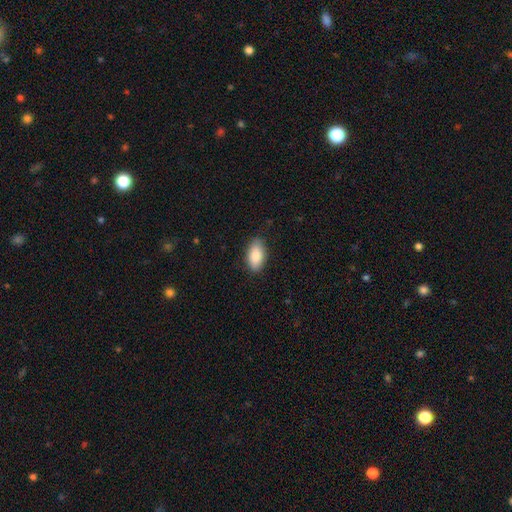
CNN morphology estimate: smooth-or-featured: smooth: 87% | featured or disk: 7% | star or artifact: 6%
  how-rounded: in between: 92% | cigar-shaped: 4% | round: 4%
  merging: none: 86% | minor disturbance: 11% | major disturbance: 2% | merger: 1%